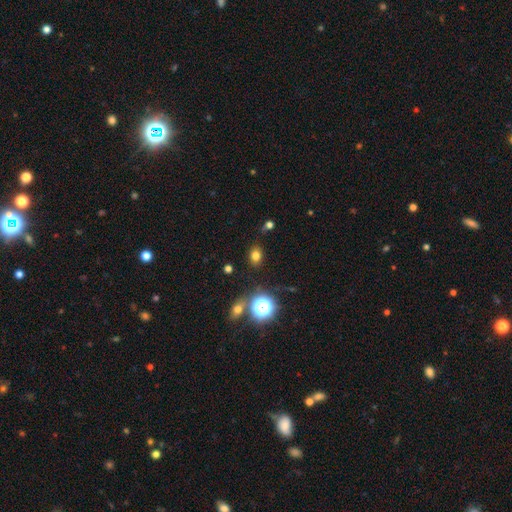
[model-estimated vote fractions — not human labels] Overall: smooth (74%). How rounded: in between (59%; round 40%). Merging: none (82%).